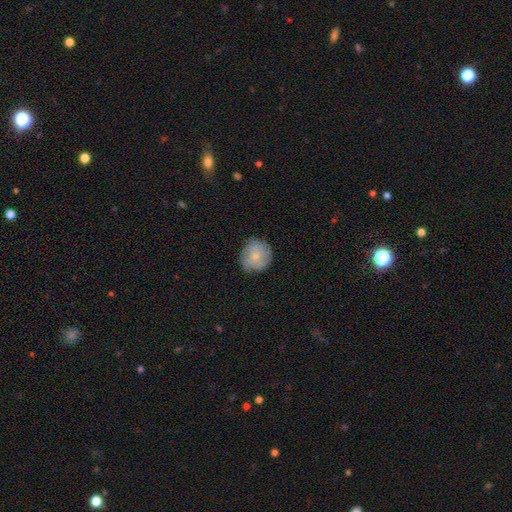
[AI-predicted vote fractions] Smooth or featured: smooth — 57% (featured or disk — 35%)
How rounded: round — 89% (in between — 10%)
Merging: none — 78% (minor disturbance — 17%)